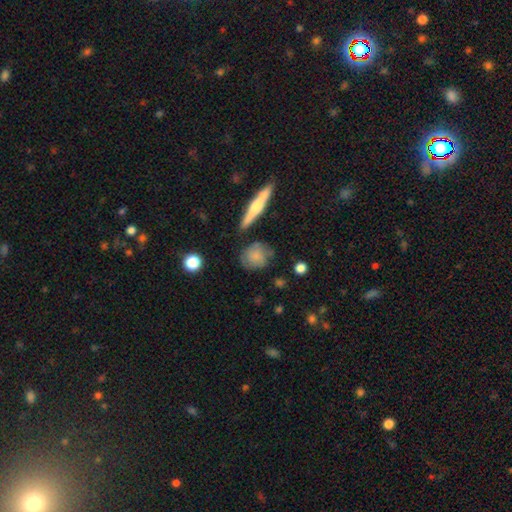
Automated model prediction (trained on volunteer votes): Q: Smooth or featured?
A: smooth (65%); runner-up: featured or disk (27%)
Q: How rounded?
A: round (72%); runner-up: in between (24%)
Q: Merging?
A: none (67%); runner-up: minor disturbance (21%)